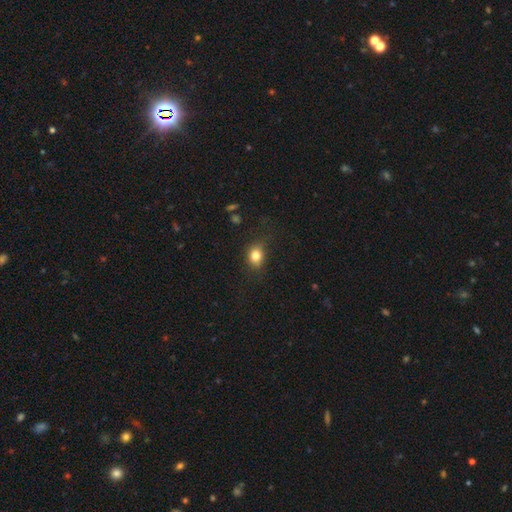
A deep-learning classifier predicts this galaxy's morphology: The model was most divided on "how rounded": in between: 52%, round: 46%, cigar-shaped: 1%. More confident: smooth or featured — smooth (81%); merging — none (75%).